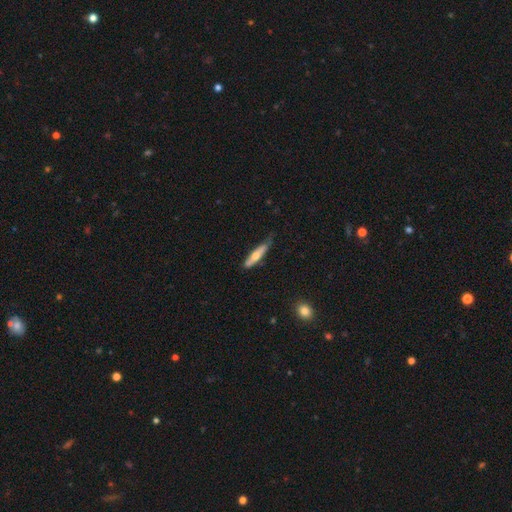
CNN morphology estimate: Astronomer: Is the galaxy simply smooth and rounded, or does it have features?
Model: smooth — 54% (runner-up: featured or disk, 41%).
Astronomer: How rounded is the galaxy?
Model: cigar-shaped — 81%.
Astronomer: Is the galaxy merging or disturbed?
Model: none — 59%.